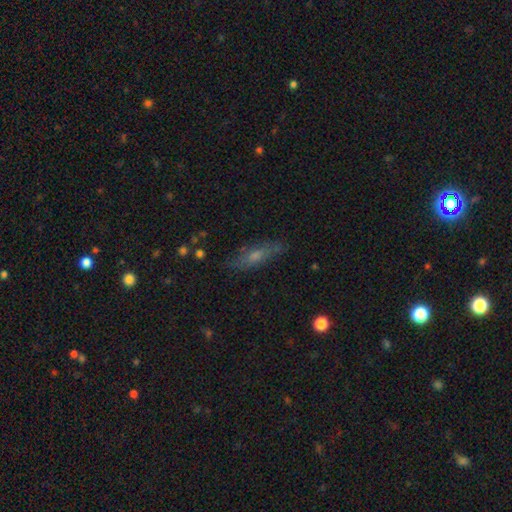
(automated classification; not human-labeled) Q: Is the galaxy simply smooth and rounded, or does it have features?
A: smooth — 49%.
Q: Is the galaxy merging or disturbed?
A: none — 78%.